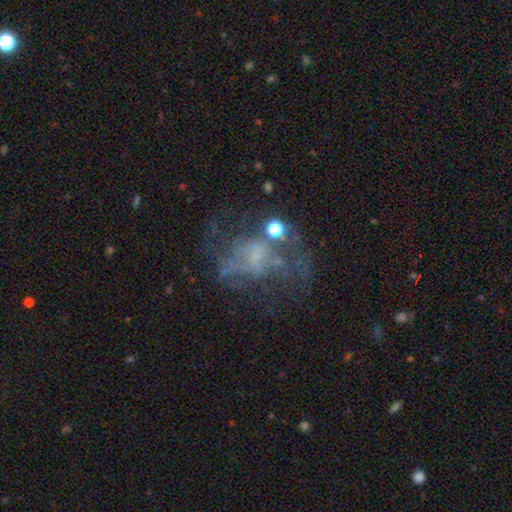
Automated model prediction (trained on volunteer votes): Morphology: type=featured or disk (57%); edge-on=no (97%); bar=no (74%); spiral arms=no (62%); bulge=none (54%); merging=none (39%).